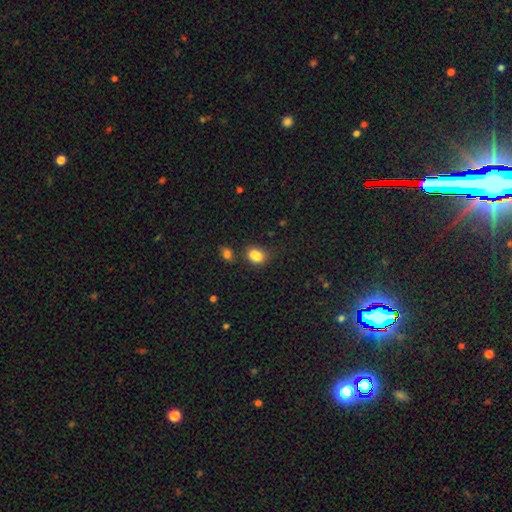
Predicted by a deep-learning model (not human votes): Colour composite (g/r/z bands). It shows a smooth galaxy with no disk features (80%) that is in between round and cigar-shaped (62%). Merging: none (44%).